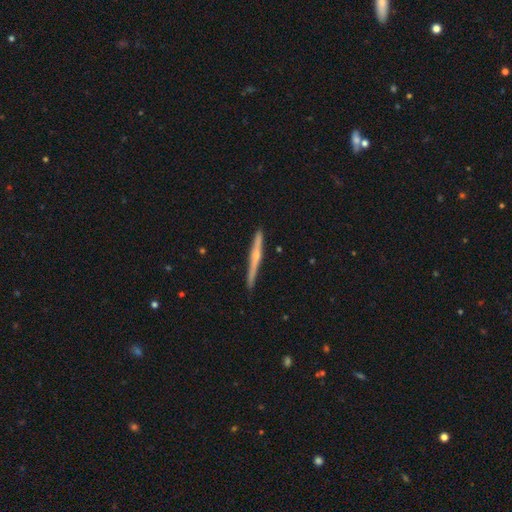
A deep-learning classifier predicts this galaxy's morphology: This is likely a featured or disk galaxy (67%). It is clearly viewed edge-on (98%). Edge-on bulge: likely rounded (71%). Merging: clearly none (88%).